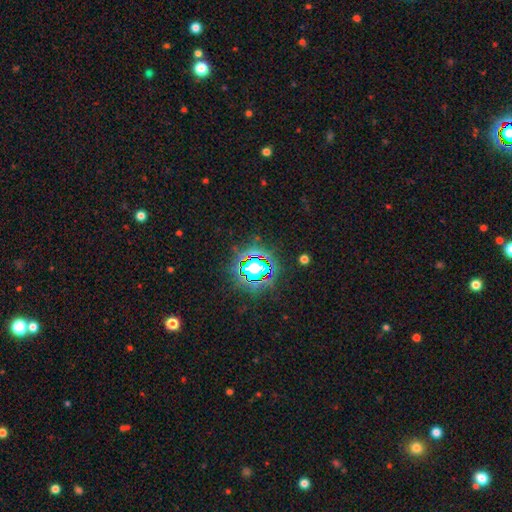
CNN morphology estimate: This appears to be a star or artifact, not a galaxy (81%).